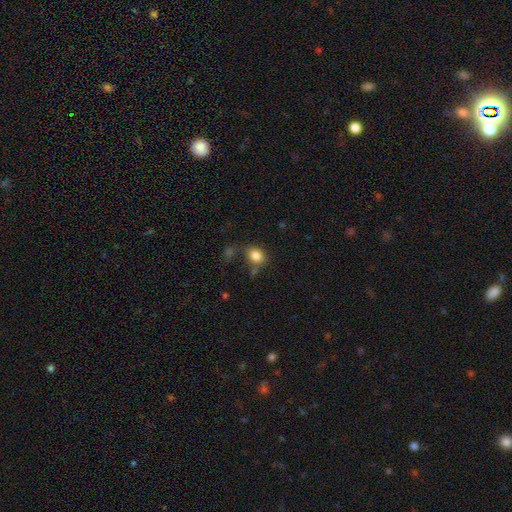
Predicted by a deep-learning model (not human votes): This appears to be a smooth galaxy with no disk features (83%) that is round (56%). Merging: none (59%).